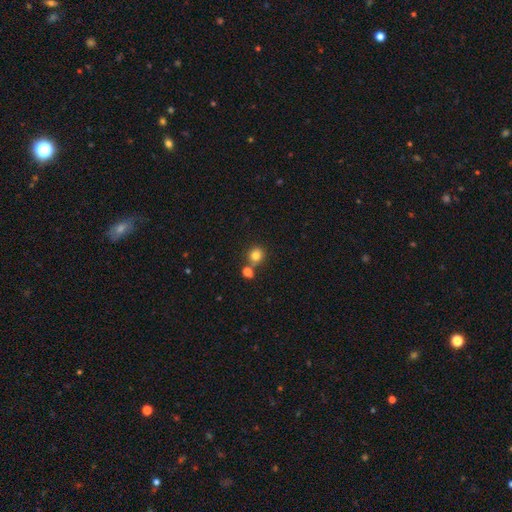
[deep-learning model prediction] A smooth galaxy with no disk features (81%) that is round (85%). Merging: none (64%).